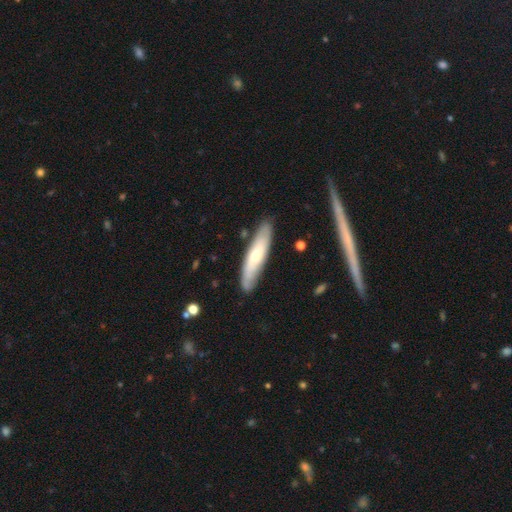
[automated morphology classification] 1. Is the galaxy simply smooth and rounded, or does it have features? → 53% smooth, 42% featured or disk, 5% star or artifact.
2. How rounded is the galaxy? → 76% cigar-shaped, 22% in between, 1% round.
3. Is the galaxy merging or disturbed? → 85% none, 11% minor disturbance, 2% major disturbance, 2% merger.